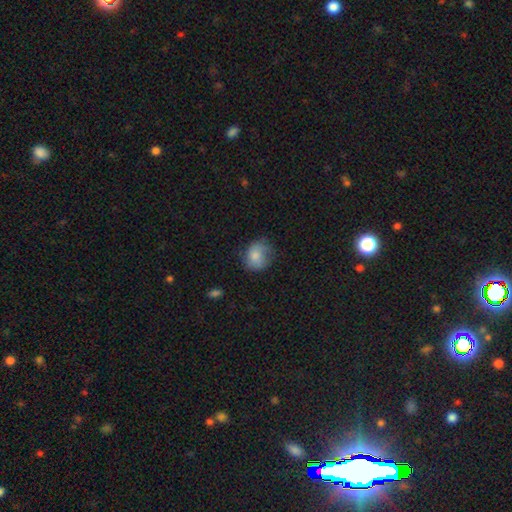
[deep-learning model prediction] This appears to be a smooth galaxy with no disk features (75%) that is round (65%). Merging: none (55%).